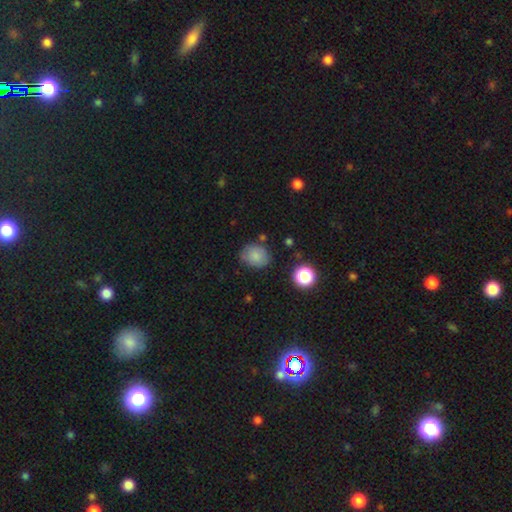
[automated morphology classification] smooth 82%, star or artifact 10%, featured or disk 8%. Down the decision tree: how rounded — round (58%); merging — none (73%).